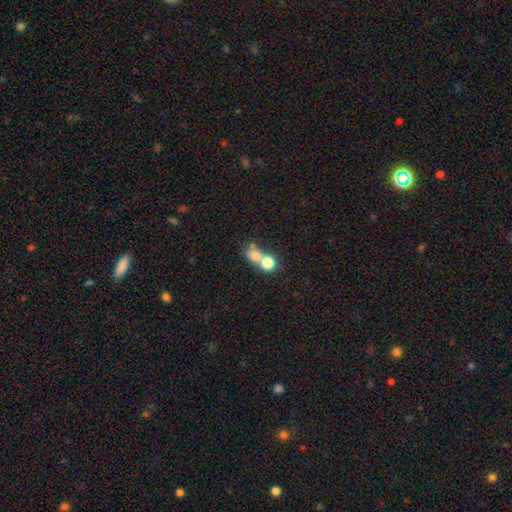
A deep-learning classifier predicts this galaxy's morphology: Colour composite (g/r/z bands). It shows a smooth galaxy with no disk features (71%) that is round (69%). Merging: merger (56%).